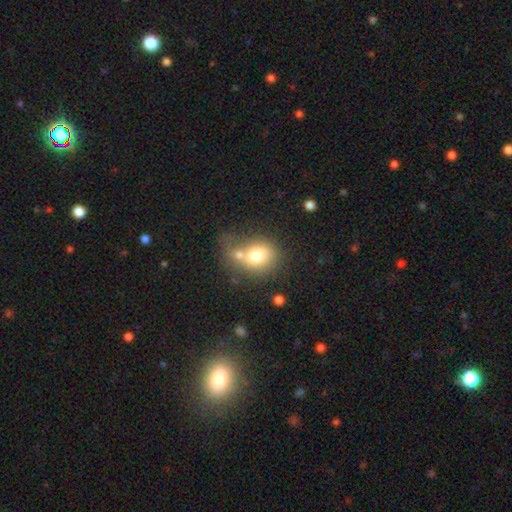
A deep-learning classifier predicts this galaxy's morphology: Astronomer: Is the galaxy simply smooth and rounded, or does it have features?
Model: smooth — 72%.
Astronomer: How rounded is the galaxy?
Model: round — 55% (runner-up: in between, 44%).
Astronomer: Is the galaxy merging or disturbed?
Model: merger — 46% (runner-up: none, 30%).